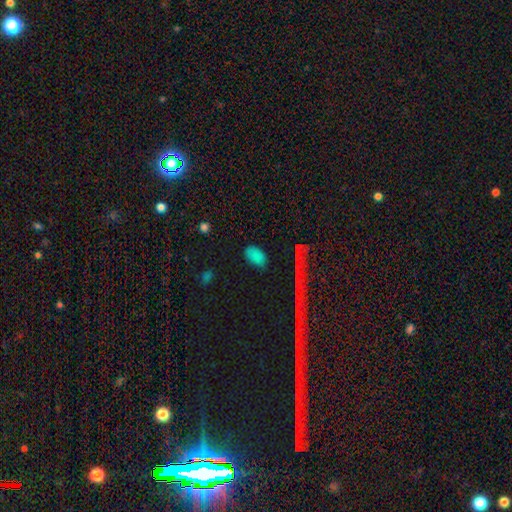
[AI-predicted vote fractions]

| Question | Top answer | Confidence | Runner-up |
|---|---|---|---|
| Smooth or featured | smooth | 79% | star or artifact (15%) |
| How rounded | in between | 91% | round (6%) |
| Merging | none | 79% | minor disturbance (14%) |